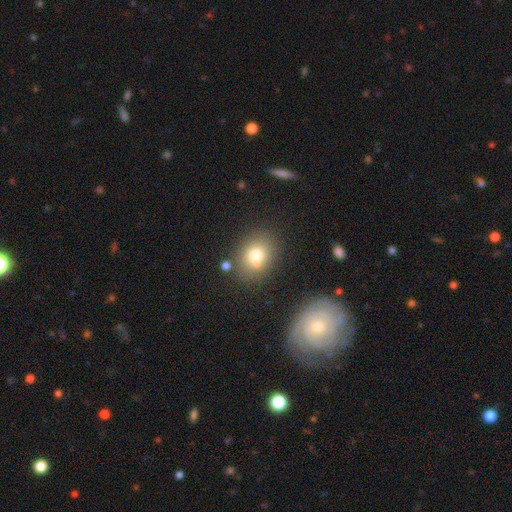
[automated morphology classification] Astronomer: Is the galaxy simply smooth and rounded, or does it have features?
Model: smooth — 77%.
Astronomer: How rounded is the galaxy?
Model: round — 54% (runner-up: in between, 45%).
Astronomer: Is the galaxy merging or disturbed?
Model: none — 78%.